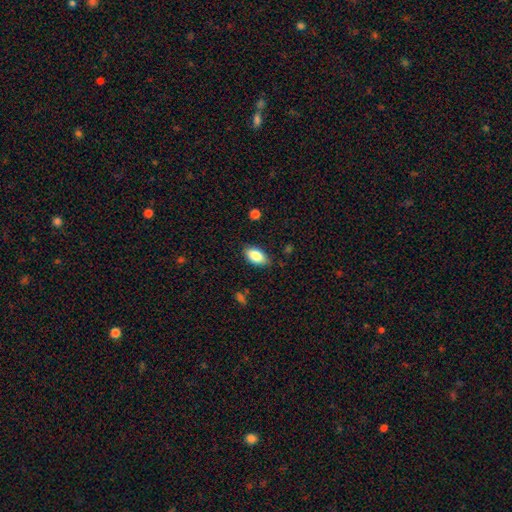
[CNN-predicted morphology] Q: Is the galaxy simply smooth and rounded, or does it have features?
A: smooth — 85%.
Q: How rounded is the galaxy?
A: in between — 92%.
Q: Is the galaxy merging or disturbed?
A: none — 81%.